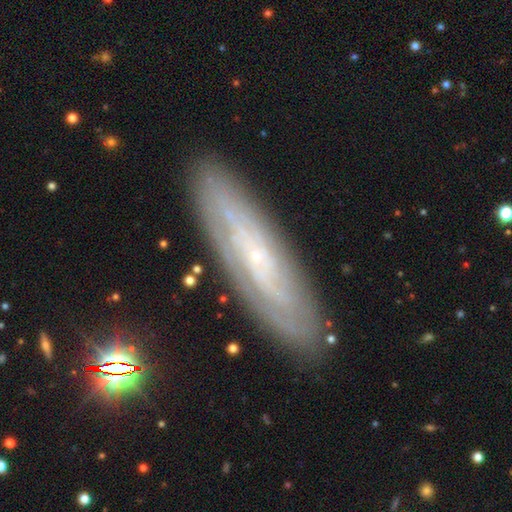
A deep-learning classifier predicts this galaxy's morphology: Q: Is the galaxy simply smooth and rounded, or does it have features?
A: featured or disk — 71%.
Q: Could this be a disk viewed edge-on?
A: no — 66%.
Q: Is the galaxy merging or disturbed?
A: none — 86%.